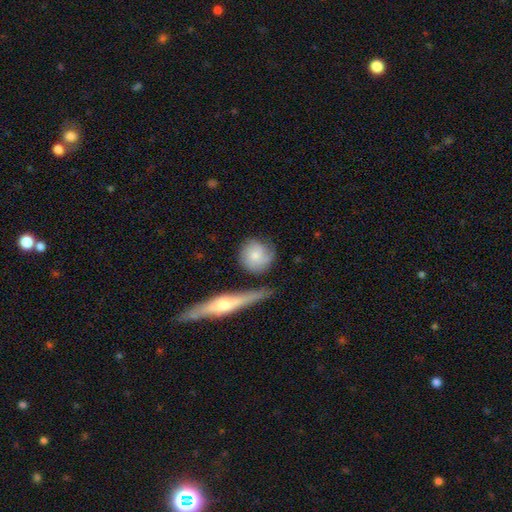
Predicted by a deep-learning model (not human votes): smooth-or-featured: smooth: 63% | featured or disk: 31% | star or artifact: 6%
  how-rounded: round: 84% | in between: 13% | cigar-shaped: 3%
  merging: none: 63% | minor disturbance: 20% | merger: 10% | major disturbance: 7%